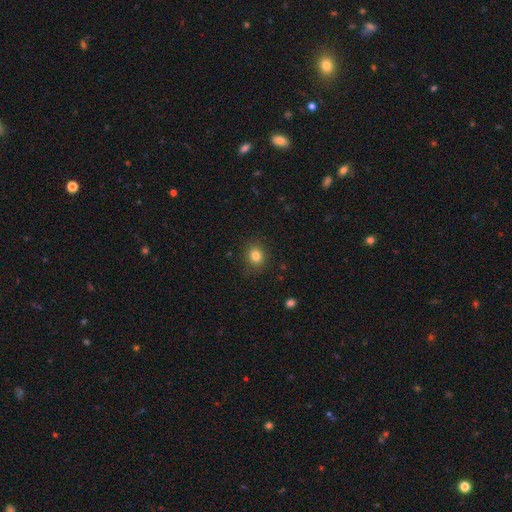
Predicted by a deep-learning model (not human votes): Smooth or featured?
  - smooth: 82% *
  - star or artifact: 12%
  - featured or disk: 6%
How rounded?
  - round: 72% *
  - in between: 27%
  - cigar-shaped: 1%
Merging?
  - none: 86% *
  - minor disturbance: 10%
  - major disturbance: 3%
  - merger: 1%